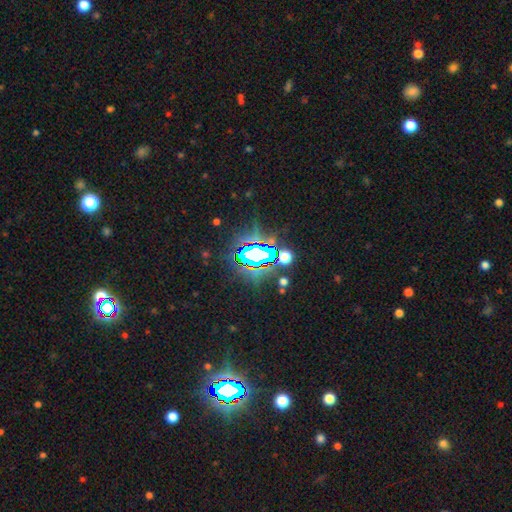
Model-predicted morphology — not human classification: A star or artifact, not a galaxy (75%).